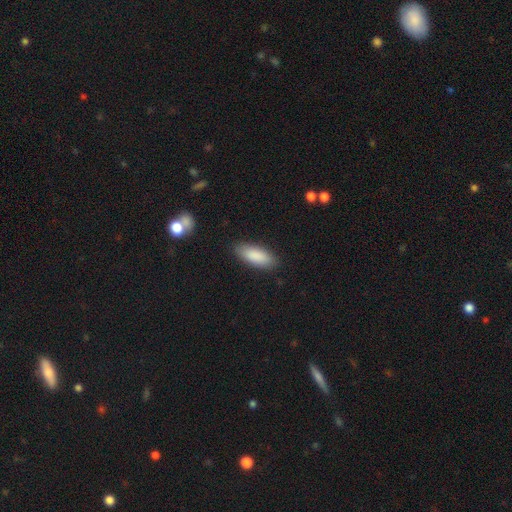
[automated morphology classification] Q: Smooth or featured?
A: smooth (88%); runner-up: featured or disk (6%)
Q: How rounded?
A: in between (76%); runner-up: cigar-shaped (22%)
Q: Merging?
A: none (87%); runner-up: minor disturbance (10%)